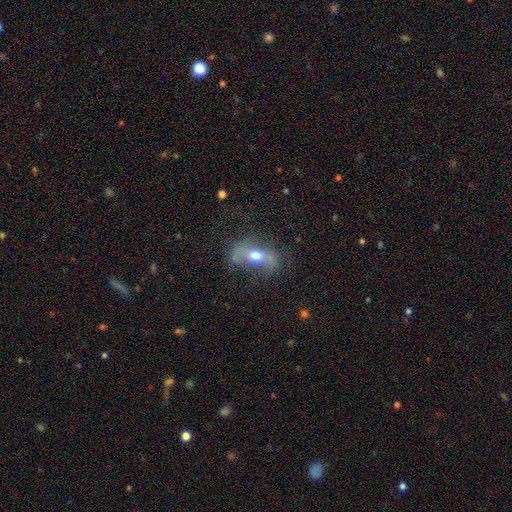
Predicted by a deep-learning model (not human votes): featured or disk 52%, smooth 38%, star or artifact 10%. Down the decision tree: edge-on disk — no (77%); merging — none (52%).